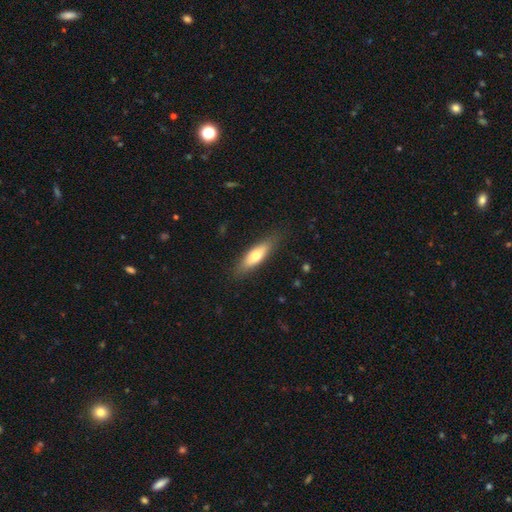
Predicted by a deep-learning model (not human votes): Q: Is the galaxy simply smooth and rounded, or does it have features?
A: smooth — 68%.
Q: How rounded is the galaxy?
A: cigar-shaped — 50%.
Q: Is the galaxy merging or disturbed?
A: none — 83%.